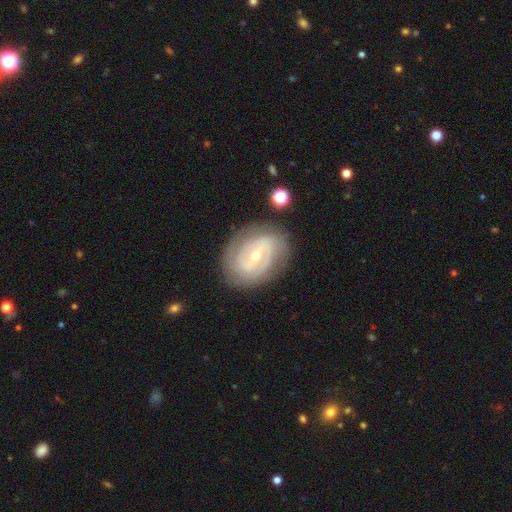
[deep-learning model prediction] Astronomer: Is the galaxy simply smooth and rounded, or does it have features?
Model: featured or disk — 79%.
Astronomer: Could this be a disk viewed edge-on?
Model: no — 96%.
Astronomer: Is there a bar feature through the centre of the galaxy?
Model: weak — 45% (runner-up: strong, 28%).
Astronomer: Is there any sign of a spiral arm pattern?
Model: yes — 82%.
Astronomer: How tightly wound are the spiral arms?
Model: tight — 59%.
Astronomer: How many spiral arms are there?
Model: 2 — 53%.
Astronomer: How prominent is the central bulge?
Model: small — 55% (runner-up: moderate, 42%).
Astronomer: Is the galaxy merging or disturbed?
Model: none — 79%.